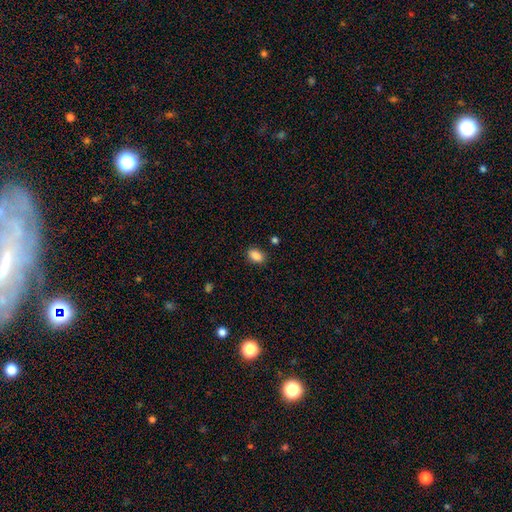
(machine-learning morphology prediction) A smooth galaxy with no disk features (88%) that is in between round and cigar-shaped (88%).

Vote fractions:
- Smooth or featured? smooth: 88% / star or artifact: 8% / featured or disk: 4%
- How rounded? in between: 88% / round: 9% / cigar-shaped: 3%
- Merging? none: 87% / minor disturbance: 9% / major disturbance: 2% / merger: 2%